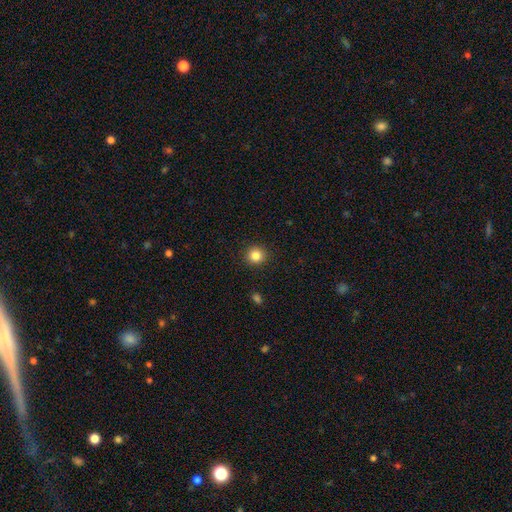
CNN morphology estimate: A smooth galaxy with no disk features (84%) that is round (92%).

Vote fractions:
- Smooth or featured? smooth: 84% / star or artifact: 11% / featured or disk: 5%
- How rounded? round: 92% / in between: 7% / cigar-shaped: 1%
- Merging? none: 92% / minor disturbance: 5% / major disturbance: 2% / merger: 1%